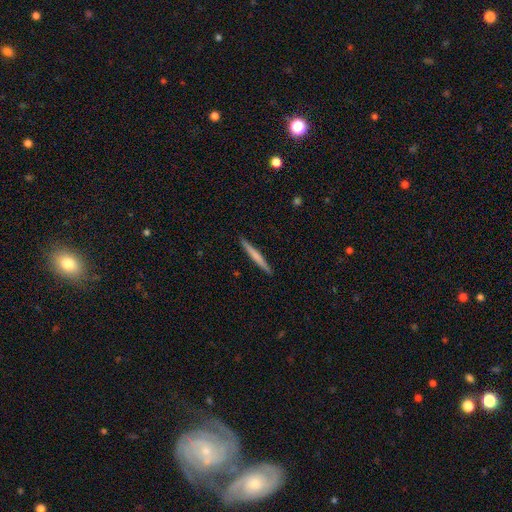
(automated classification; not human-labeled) smooth 55%, featured or disk 40%, star or artifact 5%. Down the decision tree: how rounded — cigar-shaped (97%); merging — none (92%).